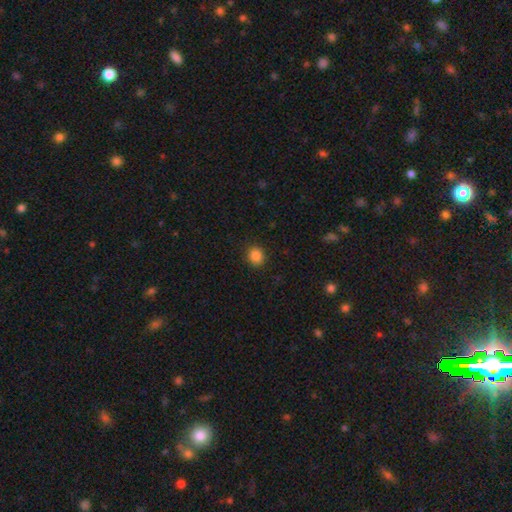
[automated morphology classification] A smooth galaxy with no disk features (85%) that is round (82%).

Vote fractions:
- Smooth or featured? smooth: 85% / star or artifact: 11% / featured or disk: 4%
- How rounded? round: 82% / in between: 17% / cigar-shaped: 1%
- Merging? none: 90% / minor disturbance: 7% / major disturbance: 2% / merger: 1%